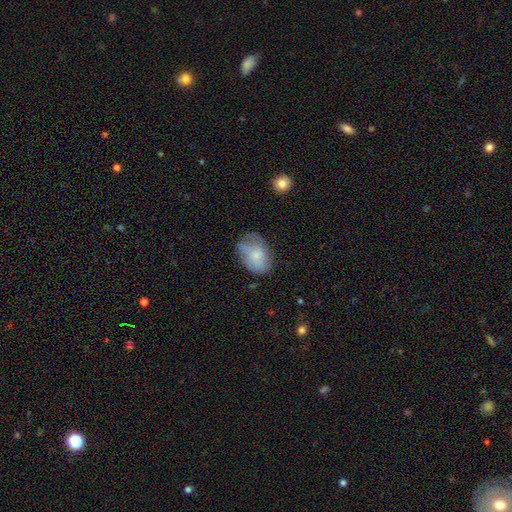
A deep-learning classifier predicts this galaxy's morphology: Smooth or featured? Predicted: smooth (p=0.66). How rounded? Predicted: in between (p=0.80). Merging? Predicted: none (p=0.45).